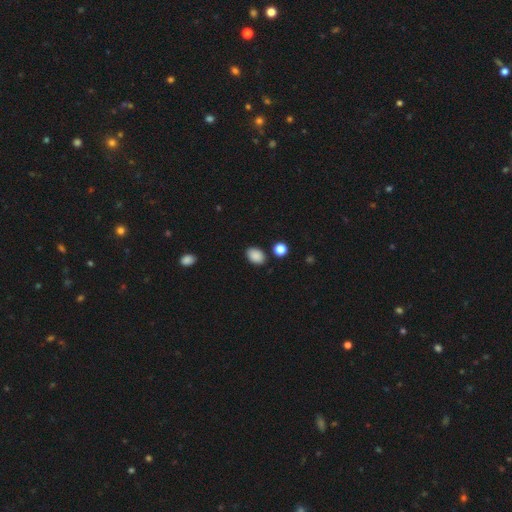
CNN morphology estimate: Overall: smooth (88%). How rounded: in between (80%). Merging: none (84%).